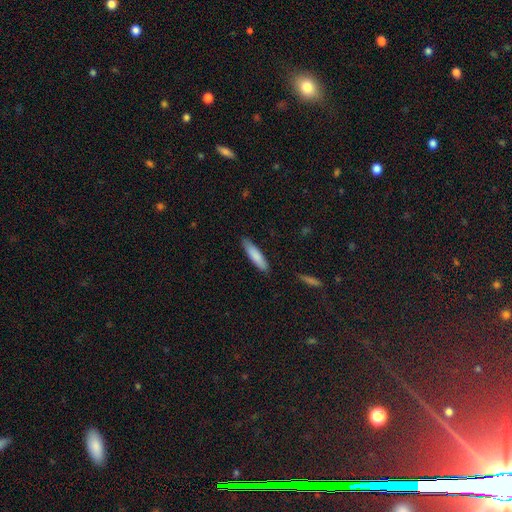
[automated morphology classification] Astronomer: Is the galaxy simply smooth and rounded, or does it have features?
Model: smooth — 84%.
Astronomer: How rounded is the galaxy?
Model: cigar-shaped — 75%.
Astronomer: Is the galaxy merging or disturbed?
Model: none — 87%.